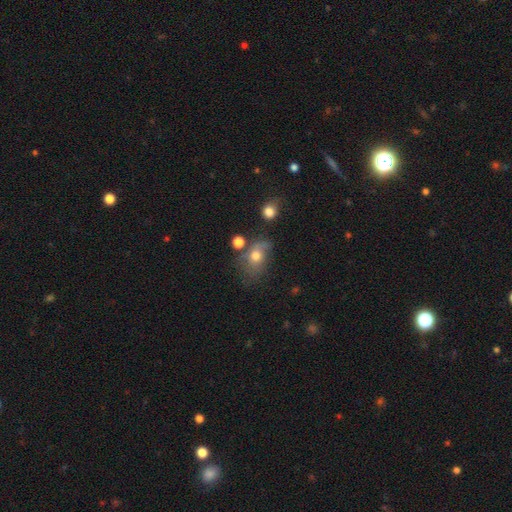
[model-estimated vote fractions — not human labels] smooth 63%, featured or disk 24%, star or artifact 13%. Down the decision tree: how rounded — in between (62%); merging — none (37%).